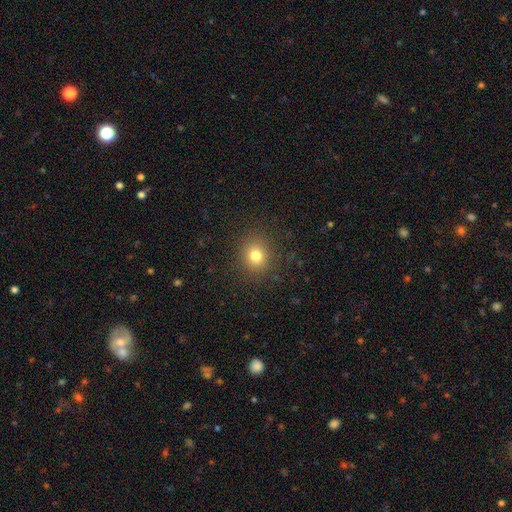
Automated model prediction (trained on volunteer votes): smooth-or-featured: smooth: 78% | star or artifact: 14% | featured or disk: 8%
  how-rounded: round: 83% | in between: 16% | cigar-shaped: 1%
  merging: none: 89% | minor disturbance: 7% | major disturbance: 3% | merger: 1%